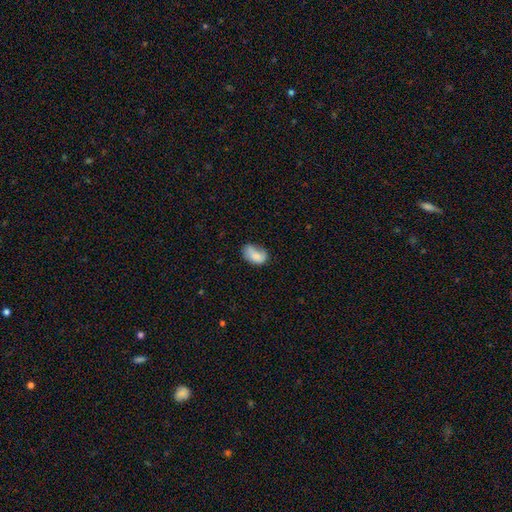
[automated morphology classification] Smooth or featured?
  - smooth: 78% *
  - featured or disk: 14%
  - star or artifact: 8%
How rounded?
  - in between: 86% *
  - round: 12%
  - cigar-shaped: 1%
Merging?
  - none: 45% *
  - minor disturbance: 34%
  - major disturbance: 14%
  - merger: 7%